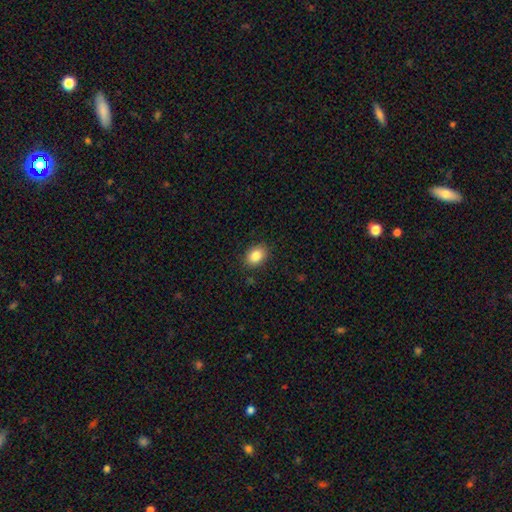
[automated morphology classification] type=smooth (86%); roundness=in between (73%); merging=none (87%).